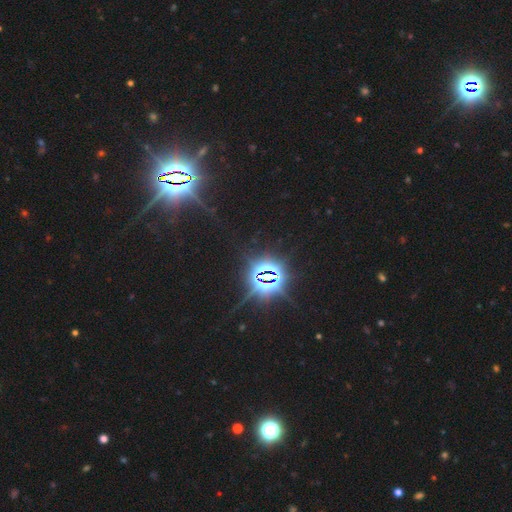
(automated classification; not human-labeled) star or artifact 86%, smooth 9%, featured or disk 6%.